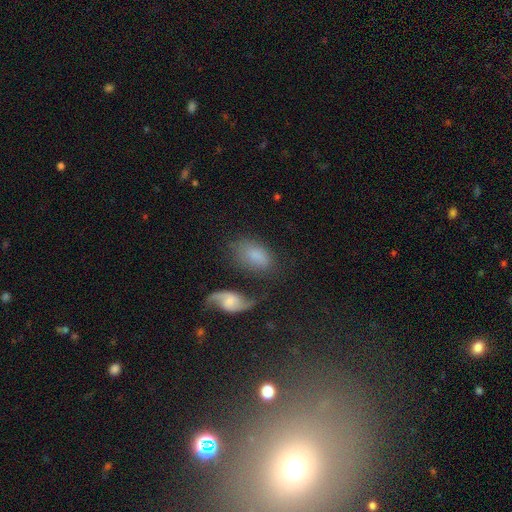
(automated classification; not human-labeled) Morphology: type=smooth (70%); roundness=in between (90%); merging=none (51%).